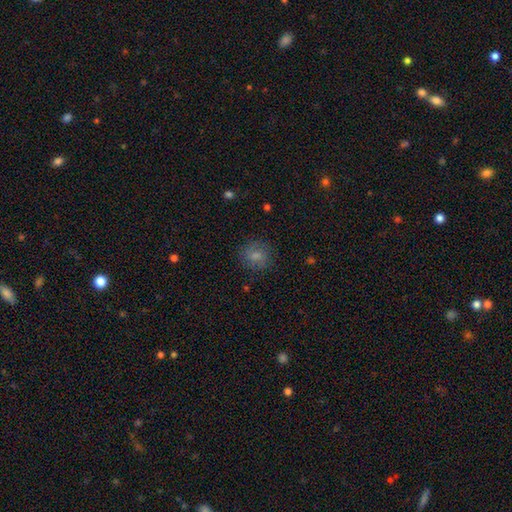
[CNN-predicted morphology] This is likely a smooth galaxy (78%). How rounded: likely round (78%). Merging: clearly none (82%).